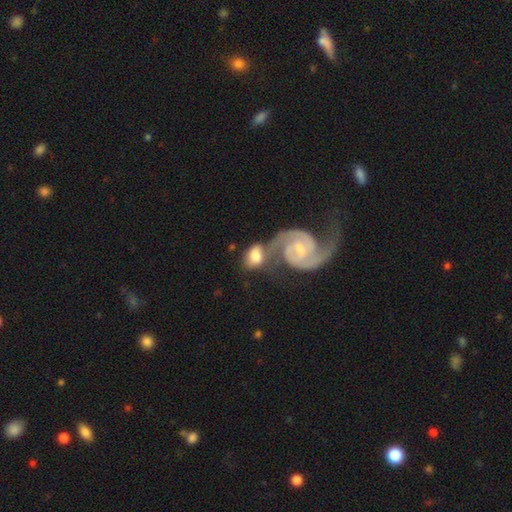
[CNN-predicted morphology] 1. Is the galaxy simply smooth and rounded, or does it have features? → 47% smooth, 46% featured or disk, 7% star or artifact.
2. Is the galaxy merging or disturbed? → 53% merger, 25% none, 12% minor disturbance, 10% major disturbance.